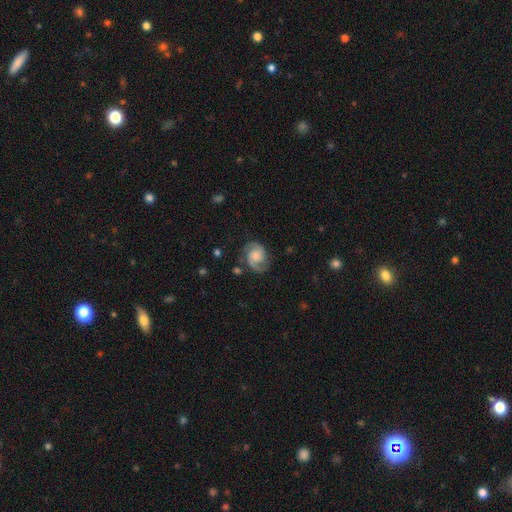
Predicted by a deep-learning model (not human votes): smooth-or-featured: featured or disk: 84% | smooth: 10% | star or artifact: 6%
  disk-edge-on: no: 98% | yes: 2%
    bar: no: 65% | weak: 29% | strong: 5%
    has-spiral-arms: yes: 97% | no: 3%
      spiral-winding: medium: 53% | tight: 31% | loose: 16%
      spiral-arm-count: 2: 92% | can't tell: 3% | 3: 2% | 1: 2% | 4: 1% | more than 4: 1%
    bulge-size: moderate: 42% | small: 27% | large: 15% | none: 14% | dominant: 2%
  merging: none: 78% | minor disturbance: 15% | major disturbance: 5% | merger: 2%